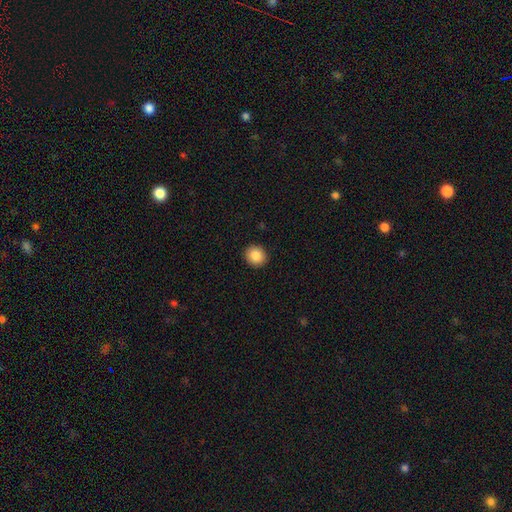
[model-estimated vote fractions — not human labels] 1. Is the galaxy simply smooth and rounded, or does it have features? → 86% smooth, 9% star or artifact, 5% featured or disk.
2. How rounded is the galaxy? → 86% round, 13% in between, 1% cigar-shaped.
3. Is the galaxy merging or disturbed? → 92% none, 5% minor disturbance, 2% major disturbance, 1% merger.